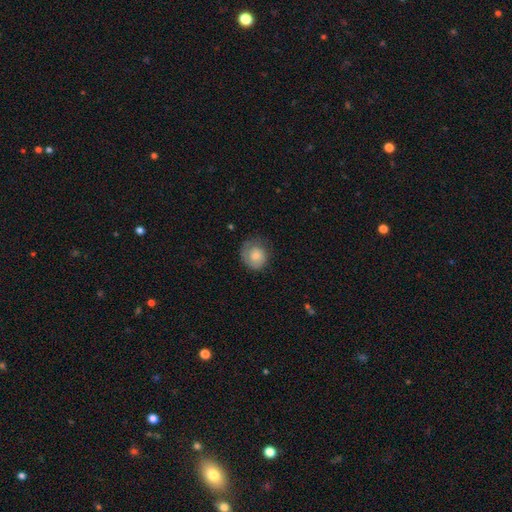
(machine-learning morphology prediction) A smooth galaxy with no disk features (72%) that is round (78%).

Vote fractions:
- Smooth or featured? smooth: 72% / featured or disk: 21% / star or artifact: 7%
- How rounded? round: 78% / in between: 21% / cigar-shaped: 1%
- Merging? none: 62% / minor disturbance: 25% / major disturbance: 12% / merger: 1%